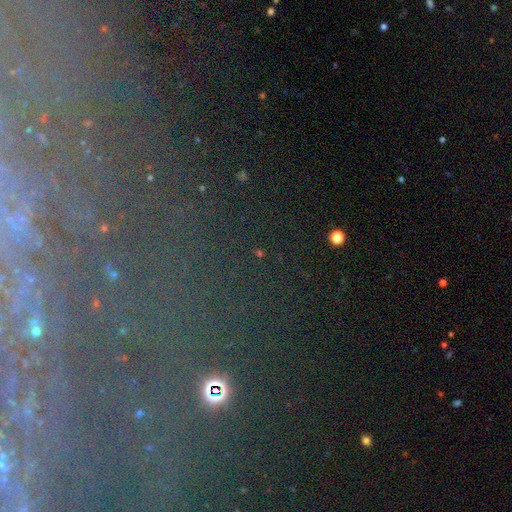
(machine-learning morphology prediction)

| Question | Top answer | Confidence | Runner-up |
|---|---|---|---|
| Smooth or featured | star or artifact | 53% | featured or disk (29%) |